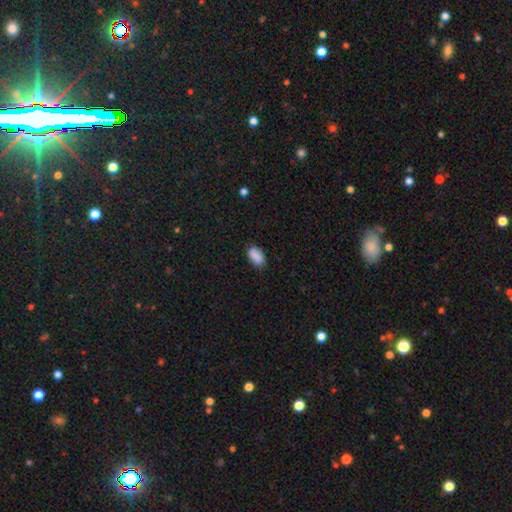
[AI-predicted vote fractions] Smooth or featured: smooth — 86% (star or artifact — 8%)
How rounded: in between — 91% (round — 7%)
Merging: none — 78% (minor disturbance — 17%)